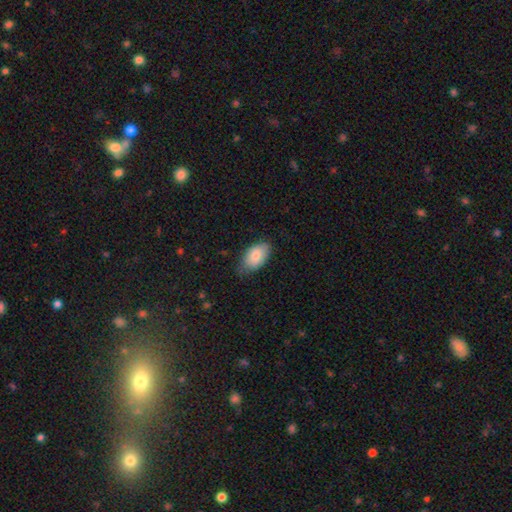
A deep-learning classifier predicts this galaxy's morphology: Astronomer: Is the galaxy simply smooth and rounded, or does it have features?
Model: smooth — 82%.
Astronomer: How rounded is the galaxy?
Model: in between — 93%.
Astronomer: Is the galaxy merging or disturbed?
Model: none — 68%.